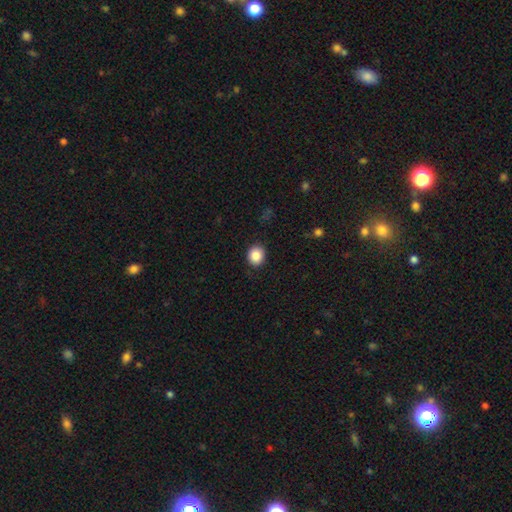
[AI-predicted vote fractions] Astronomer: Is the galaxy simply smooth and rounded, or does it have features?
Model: smooth — 87%.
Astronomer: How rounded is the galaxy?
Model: round — 68%.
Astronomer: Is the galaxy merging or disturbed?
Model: none — 88%.